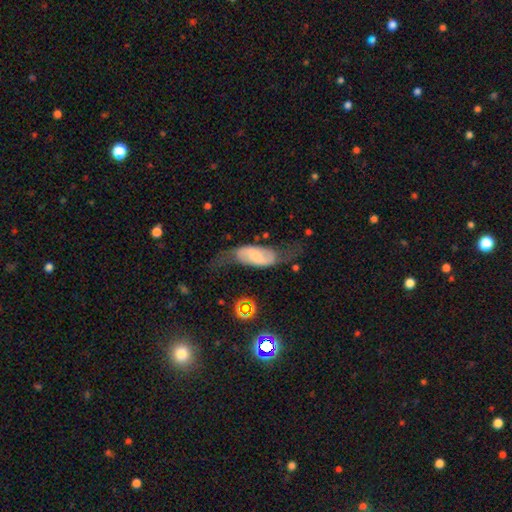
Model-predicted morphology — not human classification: Q: Smooth or featured?
A: featured or disk (62%); runner-up: smooth (30%)
Q: Edge-on disk?
A: no (90%); runner-up: yes (10%)
Q: Bar?
A: weak (40%); runner-up: no (34%)
Q: Spiral arms?
A: yes (84%); runner-up: no (16%)
Q: Bulge size?
A: small (42%); runner-up: moderate (33%)
Q: Merging?
A: none (44%); runner-up: major disturbance (29%)